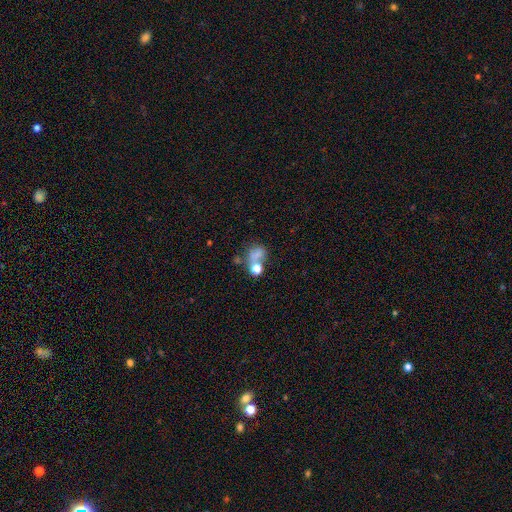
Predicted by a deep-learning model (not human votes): smooth 61%, star or artifact 21%, featured or disk 18%. Down the decision tree: how rounded — round (54%); merging — merger (37%).